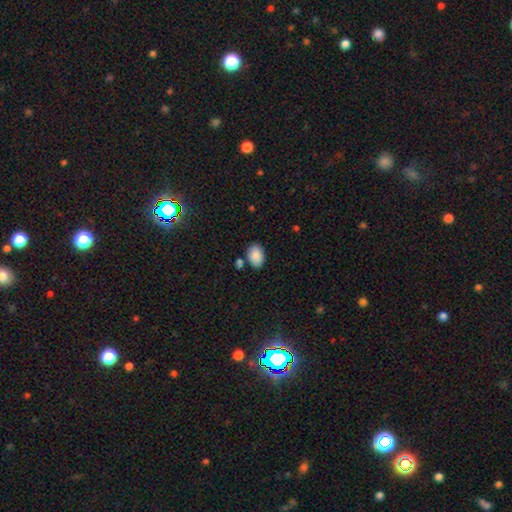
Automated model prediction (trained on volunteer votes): smooth_or_featured: smooth (p=0.87) [alt: star or artifact p=0.07]
how_rounded: in between (p=0.87) [alt: round p=0.12]
merging: none (p=0.77) [alt: minor disturbance p=0.13]